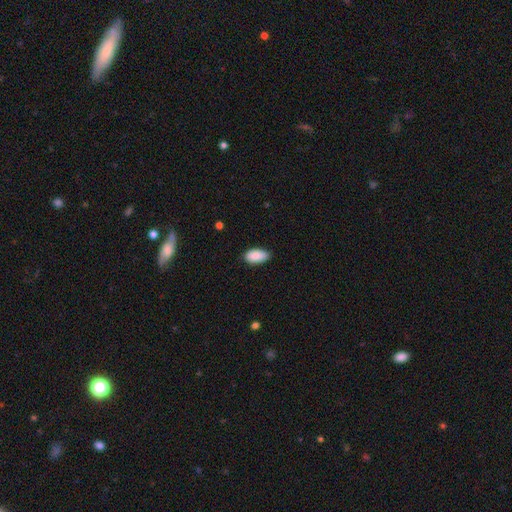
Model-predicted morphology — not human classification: smooth-or-featured: smooth: 90% | star or artifact: 7% | featured or disk: 4%
  how-rounded: in between: 94% | cigar-shaped: 4% | round: 3%
  merging: none: 78% | minor disturbance: 18% | major disturbance: 3% | merger: 1%